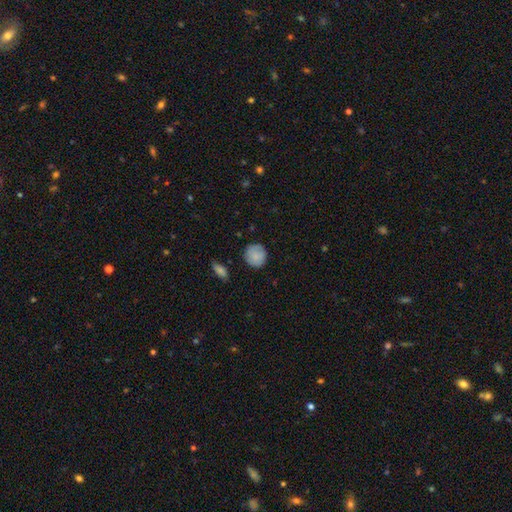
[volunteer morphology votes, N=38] A smooth galaxy with no disk features (84%) that is round (84%).

Vote fractions:
- Smooth or featured? smooth: 84% / featured or disk: 13% / star or artifact: 3%
- How rounded? round: 84% / in between: 16% / cigar-shaped: 0%
- Merging? none: 73% / minor disturbance: 11% / major disturbance: 8% / merger: 8%